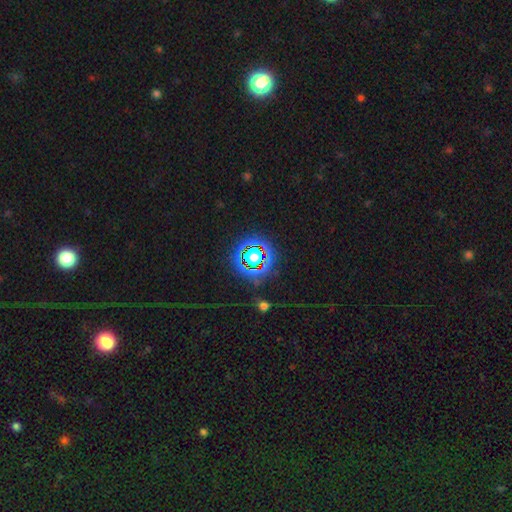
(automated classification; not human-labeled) star or artifact 69%, smooth 19%, featured or disk 11%.